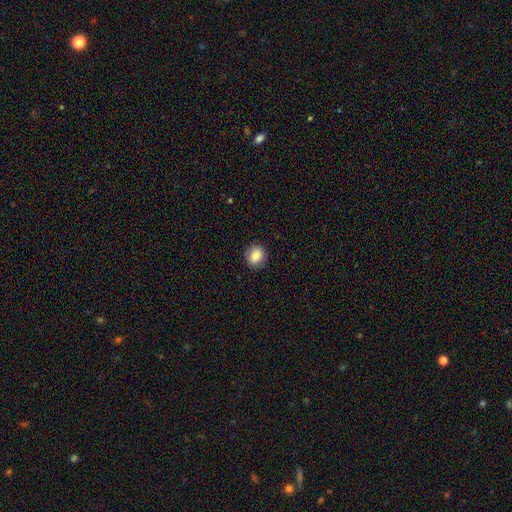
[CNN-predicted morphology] smooth 85%, star or artifact 9%, featured or disk 6%. Down the decision tree: how rounded — round (70%); merging — none (89%).